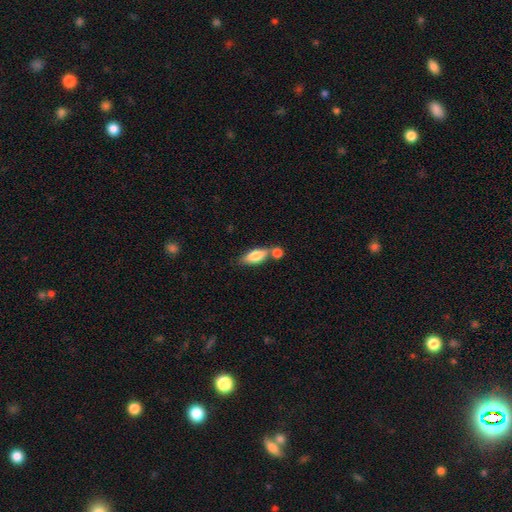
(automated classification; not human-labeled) Smooth or featured: smooth — 75% (featured or disk — 18%)
How rounded: in between — 73% (cigar-shaped — 24%)
Merging: none — 51% (merger — 33%)